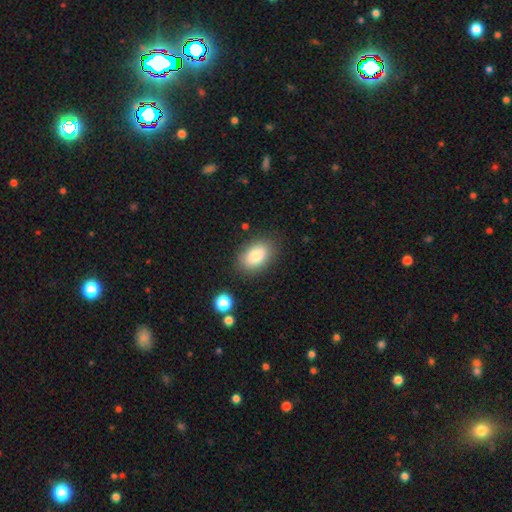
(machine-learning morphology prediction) Overall: smooth (83%). How rounded: in between (87%). Merging: none (83%).